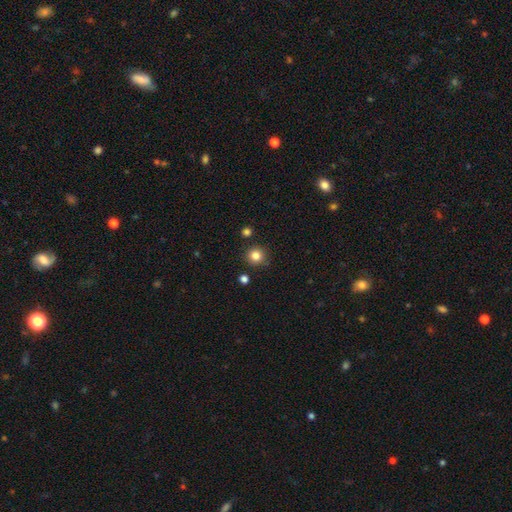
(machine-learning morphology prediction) The model was most divided on "smooth or featured": smooth: 84%, star or artifact: 12%, featured or disk: 5%. More confident: how rounded — round (93%); merging — none (85%).